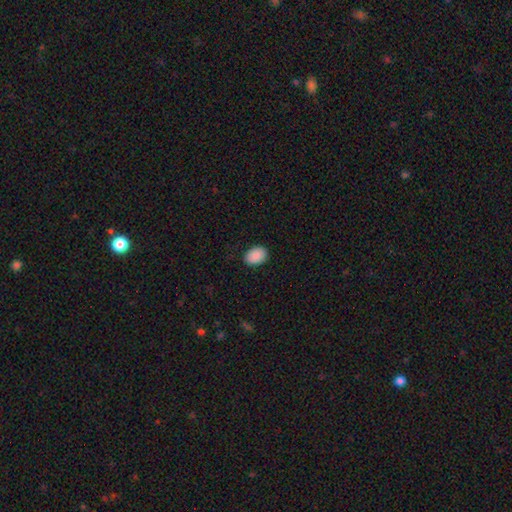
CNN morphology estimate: smooth-or-featured: smooth: 90% | star or artifact: 7% | featured or disk: 2%
  how-rounded: in between: 76% | round: 23% | cigar-shaped: 1%
  merging: none: 88% | minor disturbance: 9% | major disturbance: 2% | merger: 1%